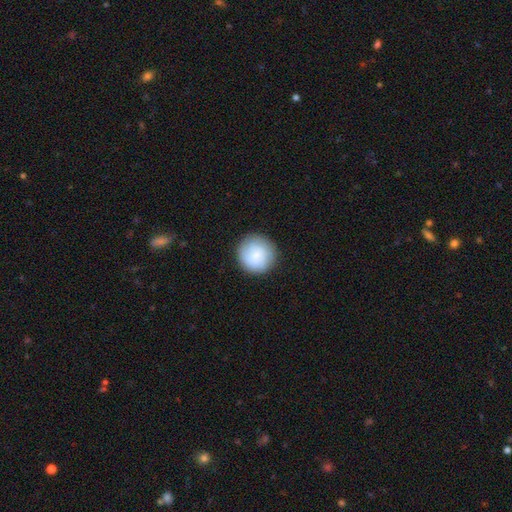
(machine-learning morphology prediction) smooth 84%, featured or disk 10%, star or artifact 6%. Down the decision tree: how rounded — round (95%); merging — none (87%).